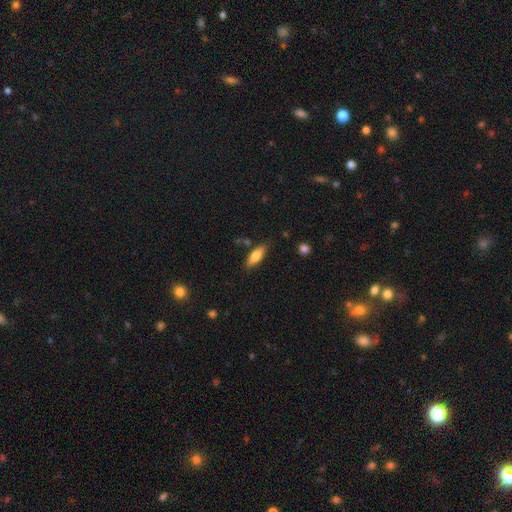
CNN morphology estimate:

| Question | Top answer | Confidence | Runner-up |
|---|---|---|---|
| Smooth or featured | smooth | 73% | featured or disk (21%) |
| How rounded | in between | 59% | cigar-shaped (39%) |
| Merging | none | 79% | minor disturbance (14%) |